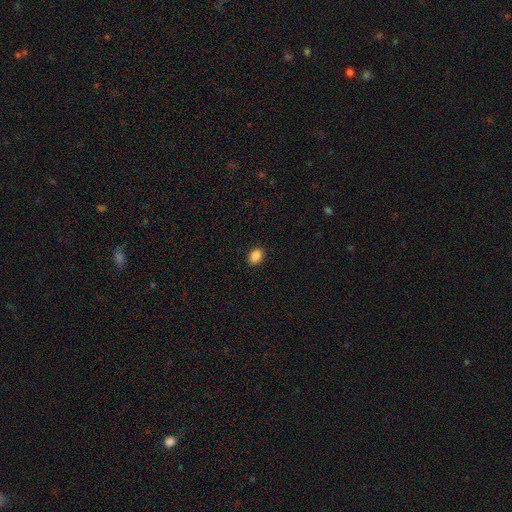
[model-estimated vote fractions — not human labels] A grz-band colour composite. It shows a smooth galaxy with no disk features (87%) that is in between round and cigar-shaped (62%). Merging: none (89%).